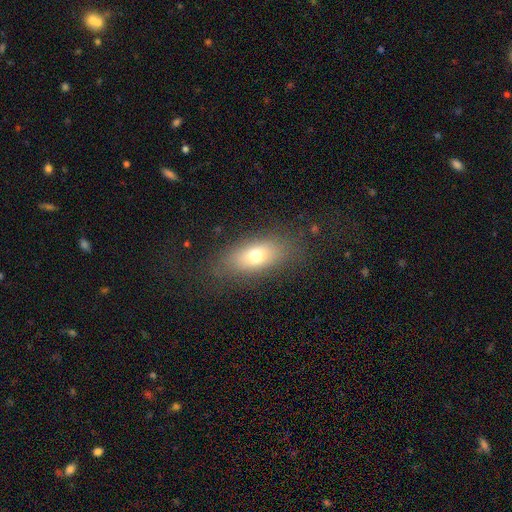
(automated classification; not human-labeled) Smooth or featured?
  - smooth: 69% *
  - featured or disk: 20%
  - star or artifact: 11%
How rounded?
  - in between: 80% *
  - cigar-shaped: 10%
  - round: 10%
Merging?
  - none: 78% *
  - minor disturbance: 14%
  - major disturbance: 7%
  - merger: 1%